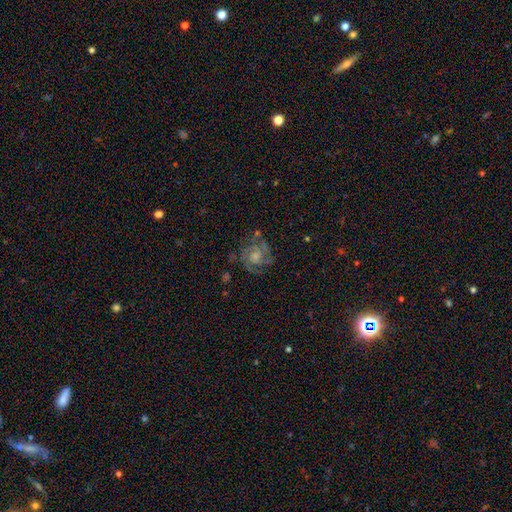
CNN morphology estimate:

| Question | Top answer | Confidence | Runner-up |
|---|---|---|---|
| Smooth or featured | featured or disk | 79% | smooth (13%) |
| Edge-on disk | no | 98% | yes (2%) |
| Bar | no | 69% | weak (27%) |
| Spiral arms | yes | 95% | no (5%) |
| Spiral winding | tight | 52% | medium (40%) |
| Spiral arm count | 3 | 33% | 2 (29%) |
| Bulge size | small | 48% | moderate (32%) |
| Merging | none | 69% | minor disturbance (18%) |